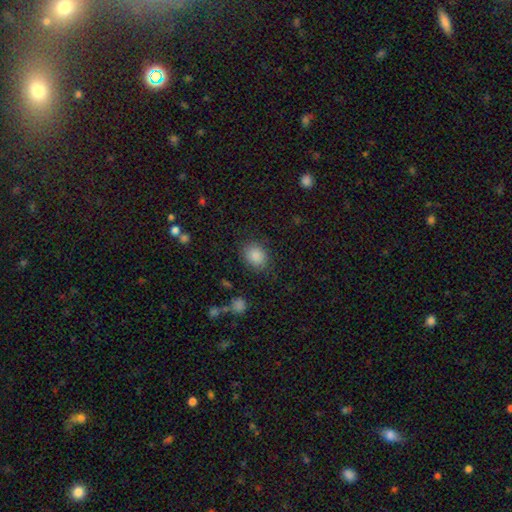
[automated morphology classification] A smooth galaxy with no disk features (87%) that is in between round and cigar-shaped (54%).

Vote fractions:
- Smooth or featured? smooth: 87% / star or artifact: 9% / featured or disk: 4%
- How rounded? in between: 54% / round: 45% / cigar-shaped: 1%
- Merging? none: 82% / minor disturbance: 12% / major disturbance: 4% / merger: 2%